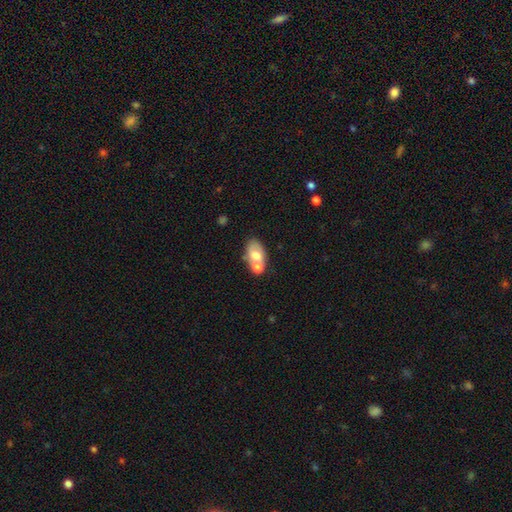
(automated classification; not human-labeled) Smooth or featured: smooth — 60% (featured or disk — 32%)
How rounded: in between — 86% (round — 12%)
Merging: merger — 53% (none — 29%)